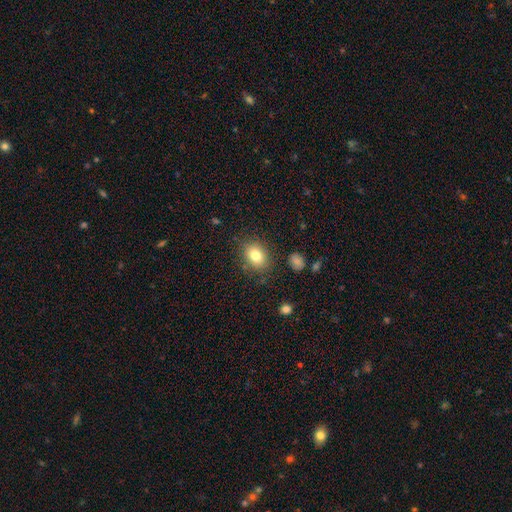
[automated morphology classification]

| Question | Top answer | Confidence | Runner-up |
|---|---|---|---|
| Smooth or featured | smooth | 81% | star or artifact (10%) |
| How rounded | in between | 60% | round (39%) |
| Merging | none | 83% | minor disturbance (11%) |